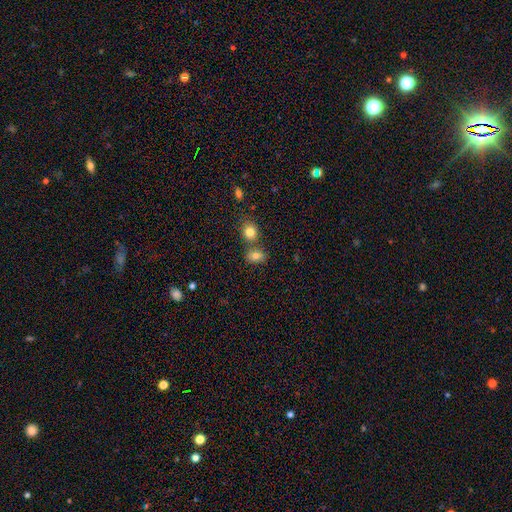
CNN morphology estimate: A smooth galaxy with no disk features (79%) that is in between round and cigar-shaped (62%).

Vote fractions:
- Smooth or featured? smooth: 79% / star or artifact: 12% / featured or disk: 9%
- How rounded? in between: 62% / round: 36% / cigar-shaped: 2%
- Merging? none: 59% / merger: 27% / minor disturbance: 11% / major disturbance: 3%